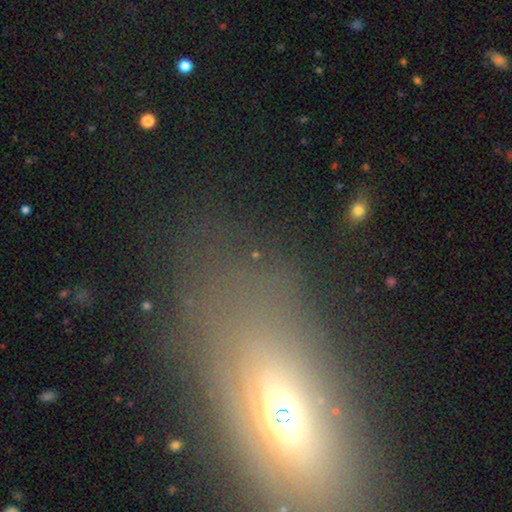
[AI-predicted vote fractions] Smooth or featured: star or artifact — 55% (smooth — 29%)